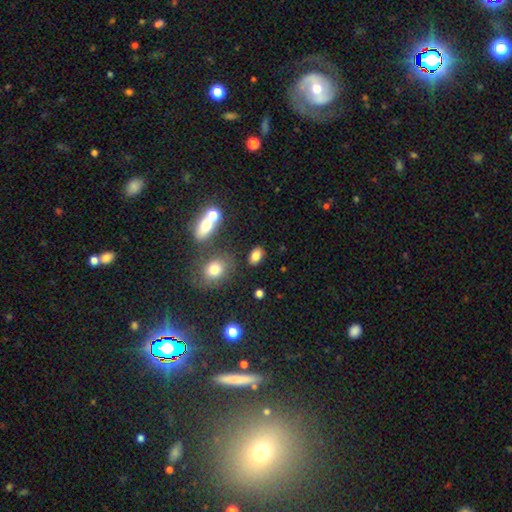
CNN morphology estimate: smooth-or-featured: smooth: 81% | star or artifact: 11% | featured or disk: 8%
  how-rounded: in between: 85% | round: 12% | cigar-shaped: 2%
  merging: none: 81% | minor disturbance: 11% | merger: 5% | major disturbance: 3%